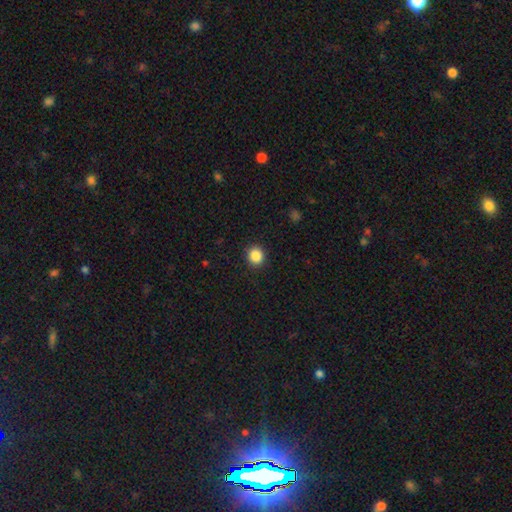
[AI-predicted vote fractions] The model was most divided on "how rounded": round: 86%, in between: 13%, cigar-shaped: 1%. More confident: merging — none (91%); smooth or featured — smooth (87%).